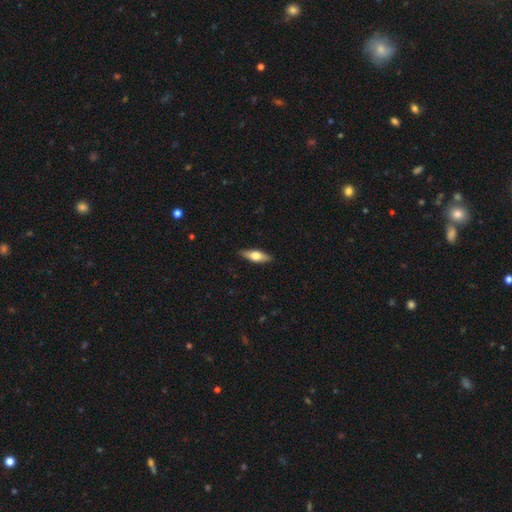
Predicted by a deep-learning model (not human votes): Smooth or featured? Predicted: smooth (p=0.57). How rounded? Predicted: in between (p=0.57). Merging? Predicted: none (p=0.88).